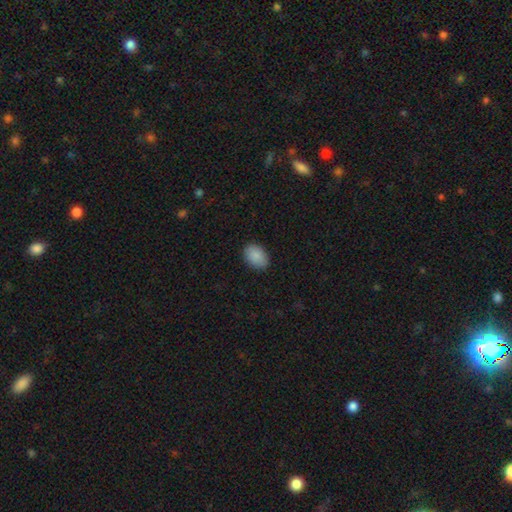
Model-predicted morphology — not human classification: smooth 89%, star or artifact 7%, featured or disk 4%. Down the decision tree: how rounded — in between (83%); merging — none (88%).